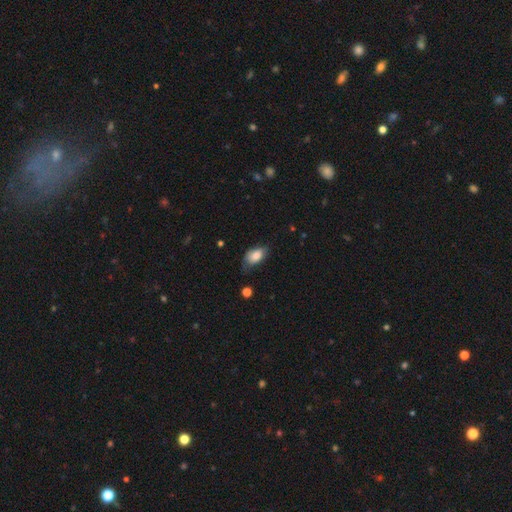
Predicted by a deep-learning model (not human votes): Overall: smooth (80%). How rounded: in between (92%). Merging: none (51%; minor disturbance 36%).